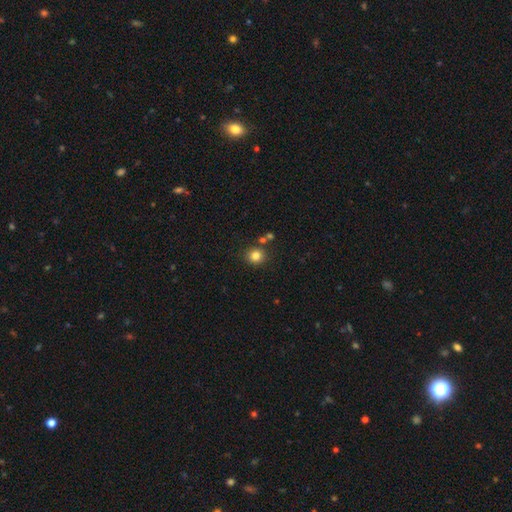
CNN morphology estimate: Smooth or featured?
  - smooth: 82% *
  - star or artifact: 12%
  - featured or disk: 6%
How rounded?
  - round: 87% *
  - in between: 13%
  - cigar-shaped: 1%
Merging?
  - none: 81% *
  - minor disturbance: 9%
  - merger: 8%
  - major disturbance: 3%